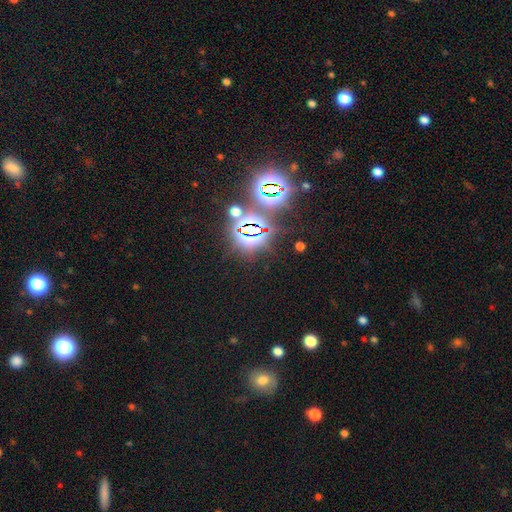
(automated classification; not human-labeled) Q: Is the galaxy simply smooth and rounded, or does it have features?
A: star or artifact — 78%.